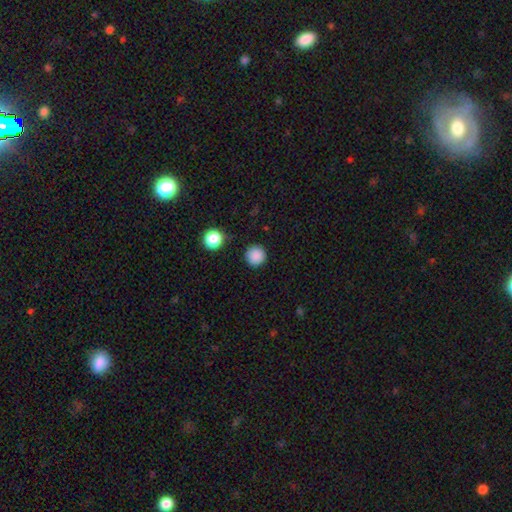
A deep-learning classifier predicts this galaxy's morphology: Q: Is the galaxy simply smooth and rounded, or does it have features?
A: smooth — 87%.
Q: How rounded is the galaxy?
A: round — 96%.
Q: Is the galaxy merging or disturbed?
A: none — 90%.